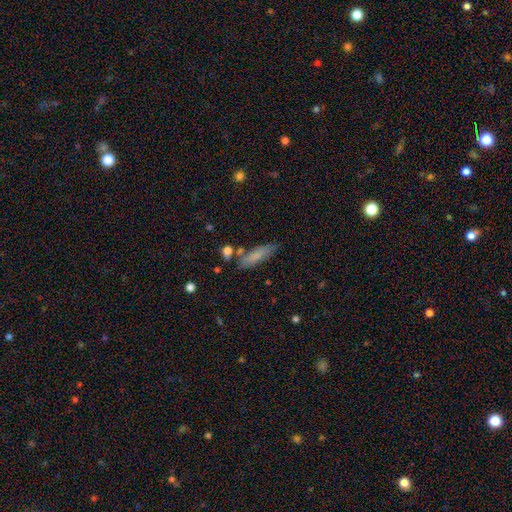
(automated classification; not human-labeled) Smooth or featured: smooth — 78% (featured or disk — 15%)
How rounded: cigar-shaped — 64% (in between — 33%)
Merging: none — 74% (minor disturbance — 16%)